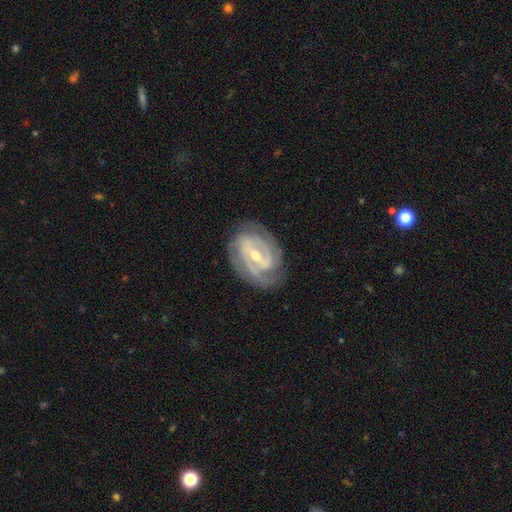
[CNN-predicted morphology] Smooth or featured? featured or disk (88%)
Edge-on disk? no (96%)
Bar? strong (47%)
Spiral arms? yes (95%)
Spiral winding? tight (62%)
Spiral arm count? 2 (56%)
Bulge size? moderate (53%)
Merging? none (77%)